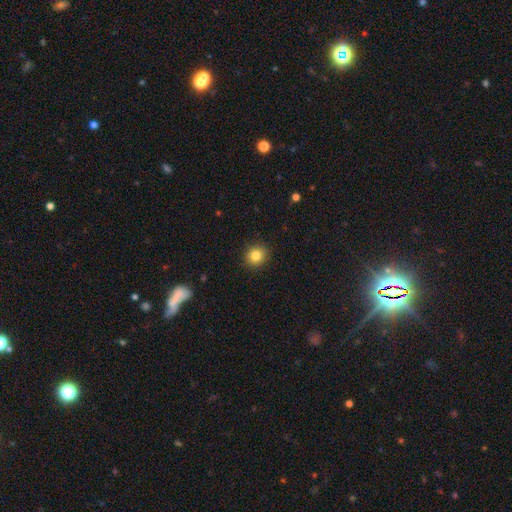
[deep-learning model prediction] Smooth or featured?
  - smooth: 83% *
  - star or artifact: 11%
  - featured or disk: 6%
How rounded?
  - round: 83% *
  - in between: 16%
  - cigar-shaped: 1%
Merging?
  - none: 91% *
  - minor disturbance: 6%
  - major disturbance: 2%
  - merger: 1%